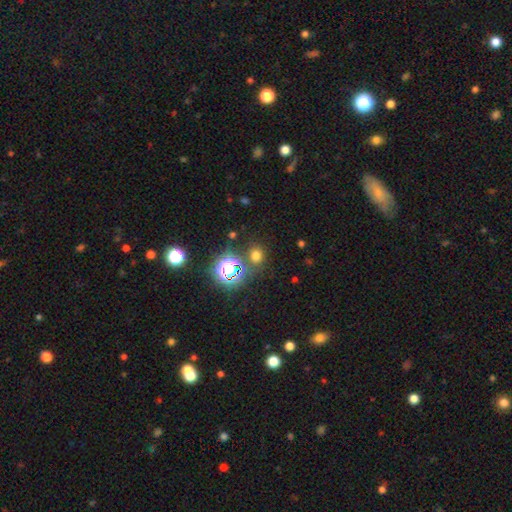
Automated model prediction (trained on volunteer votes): Smooth or featured? smooth (64%)
How rounded? round (78%)
Merging? none (81%)